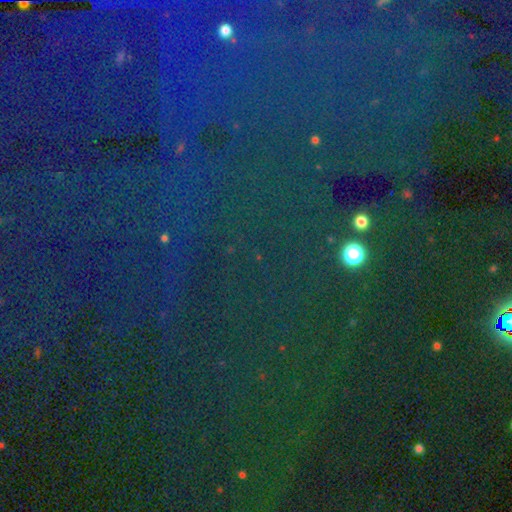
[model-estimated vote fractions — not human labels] Overall: star or artifact (84%).